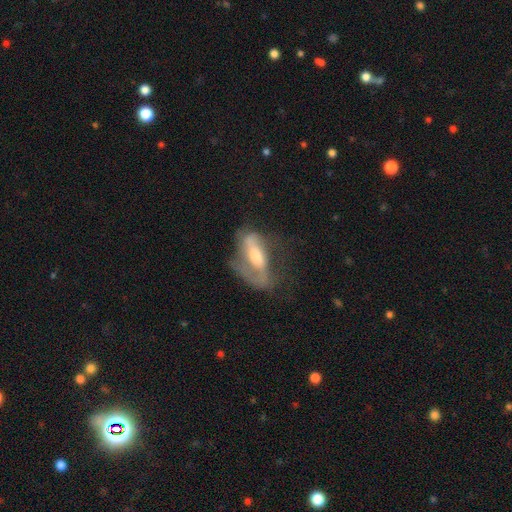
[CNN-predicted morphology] This is likely a featured or disk galaxy (65%). It is clearly not viewed edge-on (82%). Bar: marginally no (34%). Spiral arm pattern: likely yes (71%). Central bulge: possibly moderate (57%). Merging: marginally none (41%).